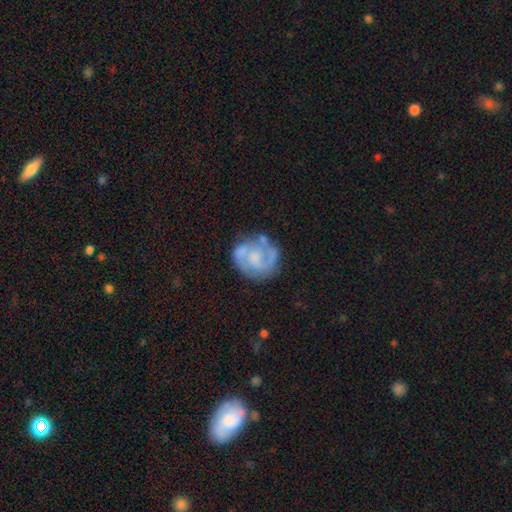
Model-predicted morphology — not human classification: The model was most divided on "bulge size": moderate: 35%, small: 33%, none: 25%, large: 6%, dominant: 1%. Remaining: edge-on disk — no (98%); spiral arms — yes (83%); smooth or featured — featured or disk (74%); spiral arm count — 2 (66%); merging — none (65%); bar — no (57%); spiral winding — medium (44%).